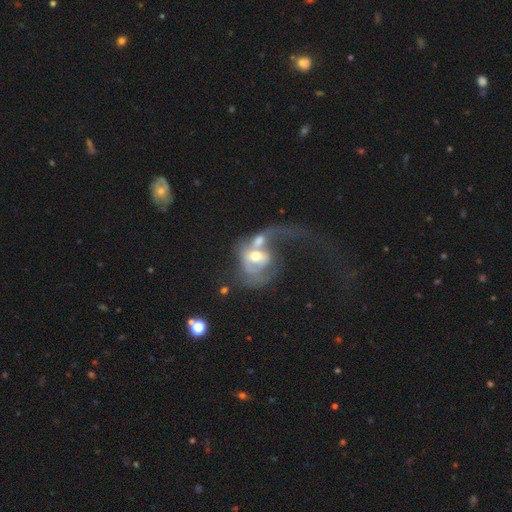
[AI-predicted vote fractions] Smooth or featured: featured or disk — 61% (smooth — 31%)
Edge-on disk: no — 95% (yes — 5%)
Bar: no — 66% (weak — 26%)
Spiral arms: yes — 54% (no — 46%)
Bulge size: moderate — 67% (small — 15%)
Merging: merger — 60% (major disturbance — 26%)